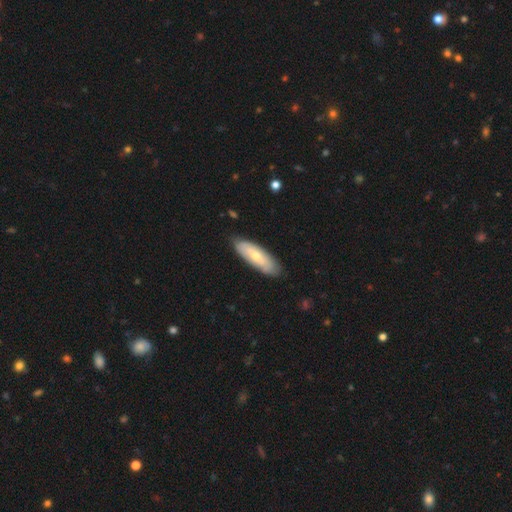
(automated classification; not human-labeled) Morphology: type=smooth (55%); roundness=in between (59%); merging=none (83%).